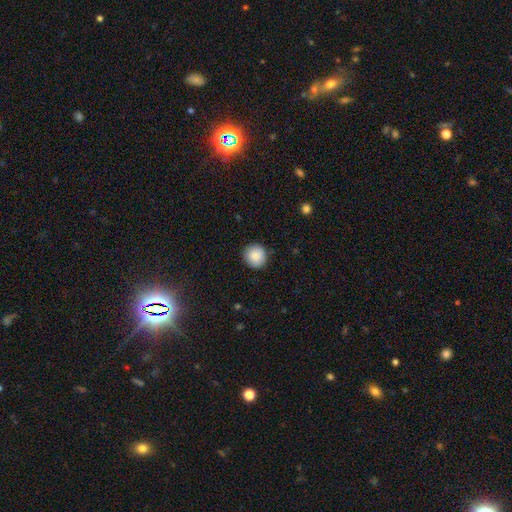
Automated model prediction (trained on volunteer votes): smooth 88%, star or artifact 8%, featured or disk 4%. Down the decision tree: how rounded — round (93%); merging — none (90%).